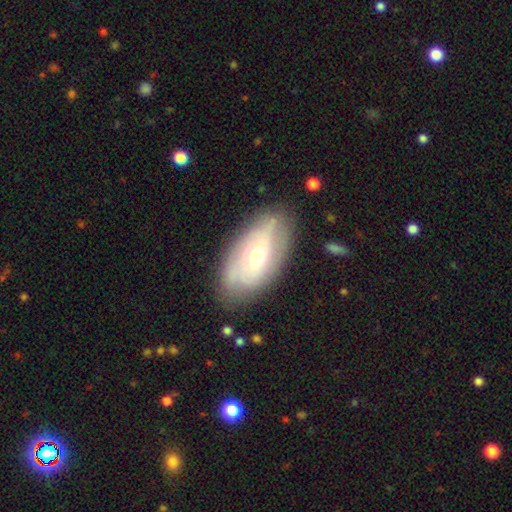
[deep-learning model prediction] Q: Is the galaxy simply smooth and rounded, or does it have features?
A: featured or disk — 53%.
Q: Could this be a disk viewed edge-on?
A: no — 86%.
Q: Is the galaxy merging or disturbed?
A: none — 76%.